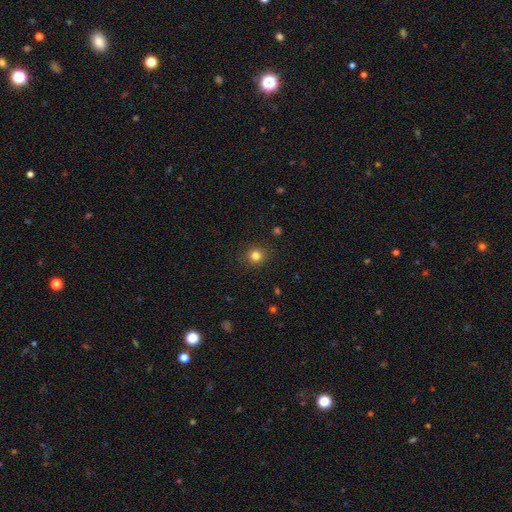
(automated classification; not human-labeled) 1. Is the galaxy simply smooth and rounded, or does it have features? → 81% smooth, 13% star or artifact, 6% featured or disk.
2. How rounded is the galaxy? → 88% round, 11% in between, 1% cigar-shaped.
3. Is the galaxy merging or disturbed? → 89% none, 7% minor disturbance, 2% major disturbance, 1% merger.